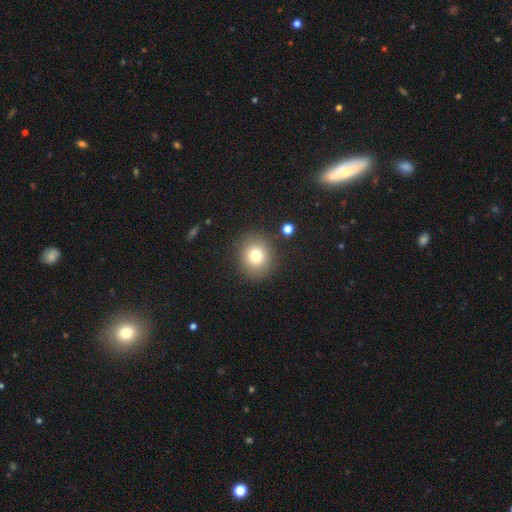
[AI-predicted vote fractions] Overall: smooth (78%). How rounded: round (85%). Merging: none (86%).